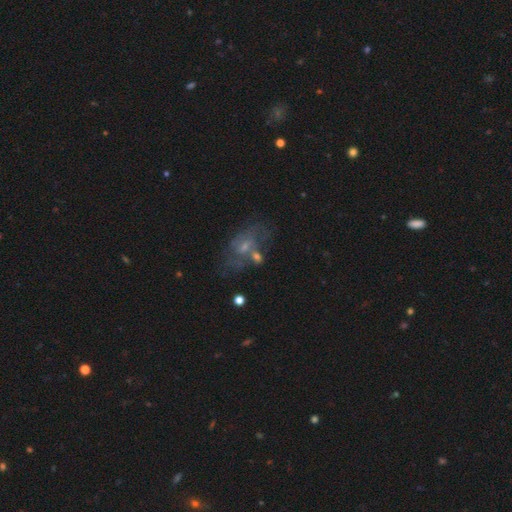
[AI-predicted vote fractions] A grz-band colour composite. It shows a featured or disk galaxy (58%) with no bar (58%), spiral arms (55%) and a small central bulge (51%). Merging: none (41%).